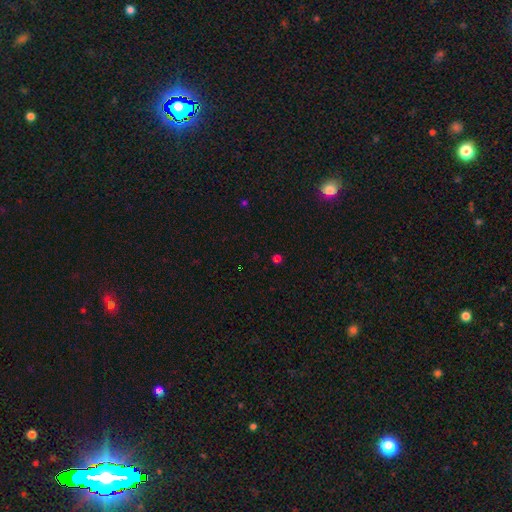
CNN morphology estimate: Smooth or featured? Predicted: star or artifact (p=0.56).